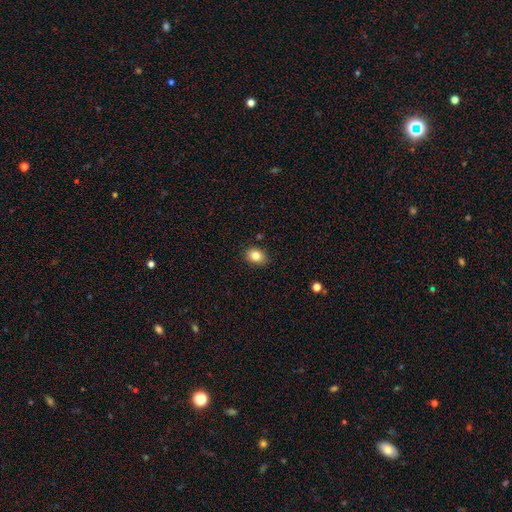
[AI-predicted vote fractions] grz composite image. It shows a smooth galaxy with no disk features (83%) that is in between round and cigar-shaped (64%). Merging: none (87%).